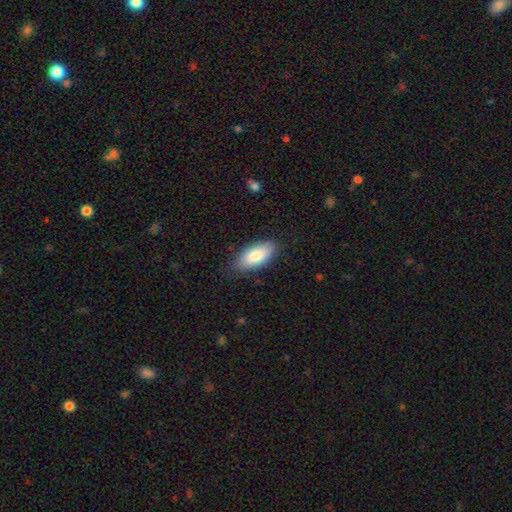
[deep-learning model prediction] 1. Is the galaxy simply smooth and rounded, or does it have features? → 83% smooth, 11% featured or disk, 6% star or artifact.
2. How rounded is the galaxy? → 90% in between, 8% cigar-shaped, 2% round.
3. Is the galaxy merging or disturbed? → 84% none, 13% minor disturbance, 3% major disturbance, 1% merger.